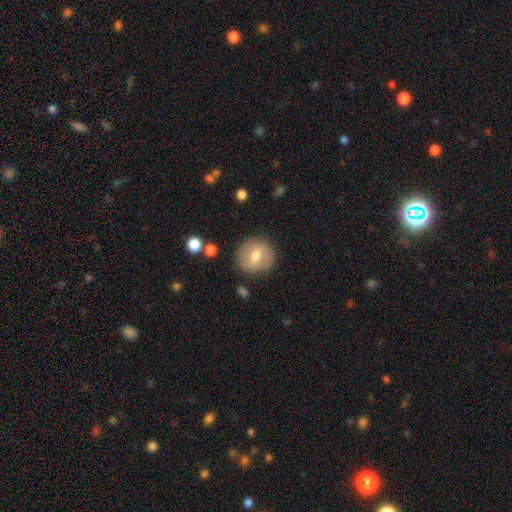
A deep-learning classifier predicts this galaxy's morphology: This is possibly a smooth galaxy (55%). How rounded: clearly round (88%). Merging: clearly none (86%).